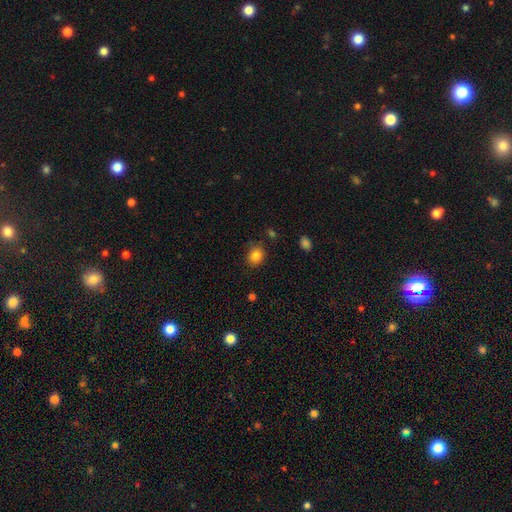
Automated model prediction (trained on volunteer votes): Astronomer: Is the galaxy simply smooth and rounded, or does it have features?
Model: smooth — 85%.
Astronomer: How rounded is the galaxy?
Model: round — 64%.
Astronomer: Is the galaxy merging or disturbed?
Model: none — 79%.